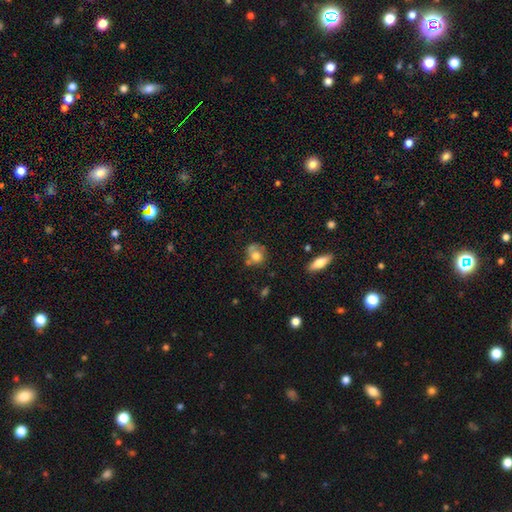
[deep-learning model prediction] smooth 69%, featured or disk 22%, star or artifact 9%. Down the decision tree: how rounded — round (69%); merging — none (44%).